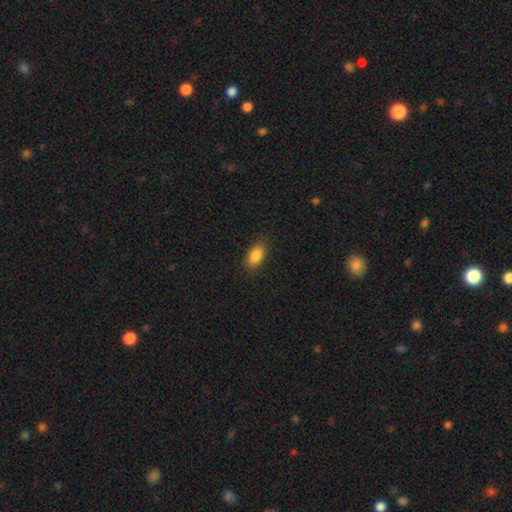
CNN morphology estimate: Q: Smooth or featured?
A: smooth (86%); runner-up: star or artifact (8%)
Q: How rounded?
A: in between (90%); runner-up: round (6%)
Q: Merging?
A: none (86%); runner-up: minor disturbance (10%)